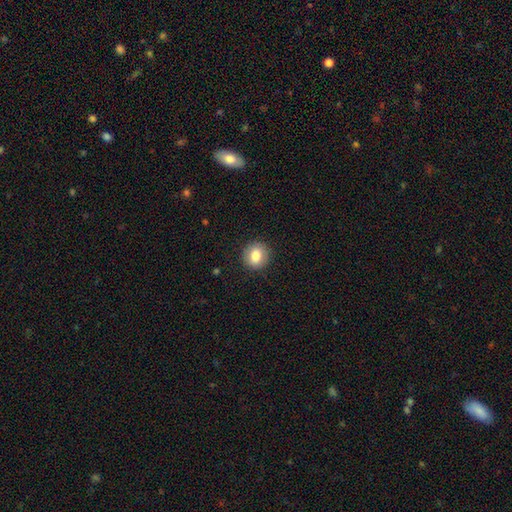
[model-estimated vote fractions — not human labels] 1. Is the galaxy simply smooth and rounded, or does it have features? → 82% smooth, 9% featured or disk, 8% star or artifact.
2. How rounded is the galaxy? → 79% round, 20% in between, 1% cigar-shaped.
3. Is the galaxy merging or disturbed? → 88% none, 8% minor disturbance, 2% major disturbance, 1% merger.